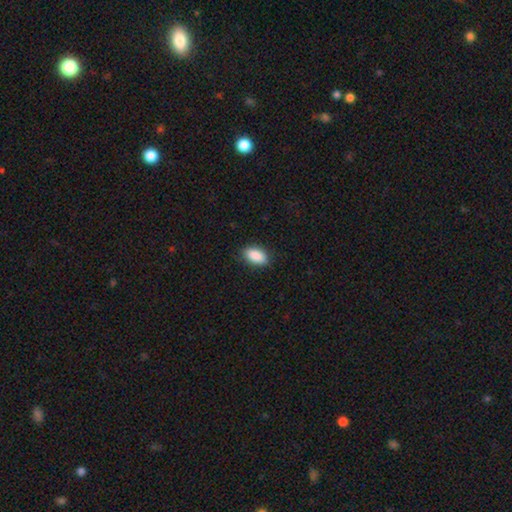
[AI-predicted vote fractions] Smooth or featured? Predicted: smooth (p=0.89). How rounded? Predicted: in between (p=0.91). Merging? Predicted: none (p=0.86).